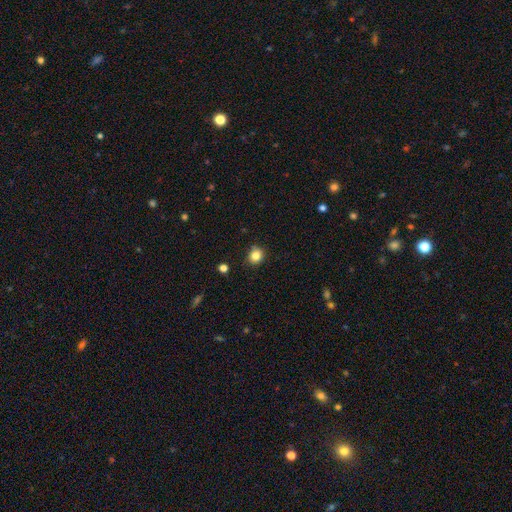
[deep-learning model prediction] smooth 84%, star or artifact 11%, featured or disk 5%. Down the decision tree: how rounded — round (81%); merging — none (83%).